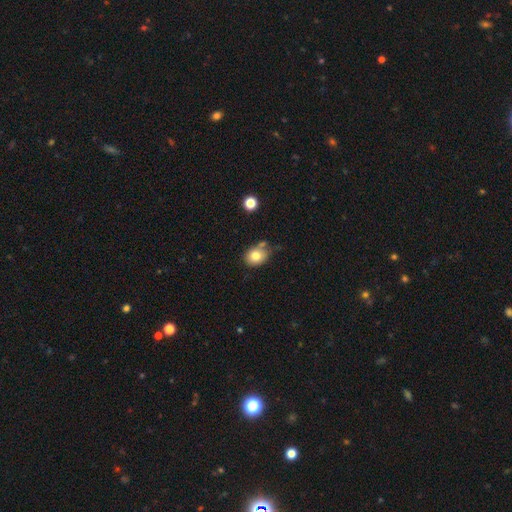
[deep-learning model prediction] A smooth galaxy with no disk features (78%) that is round (53%). Merging: none (60%).